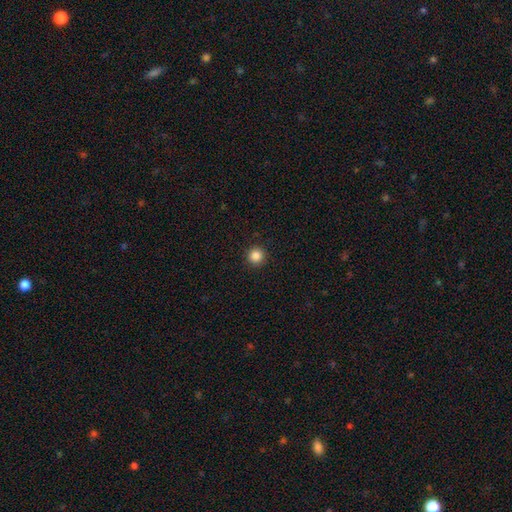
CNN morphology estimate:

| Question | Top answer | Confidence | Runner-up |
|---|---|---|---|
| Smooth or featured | smooth | 86% | star or artifact (11%) |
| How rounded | round | 96% | in between (3%) |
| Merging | none | 93% | minor disturbance (4%) |